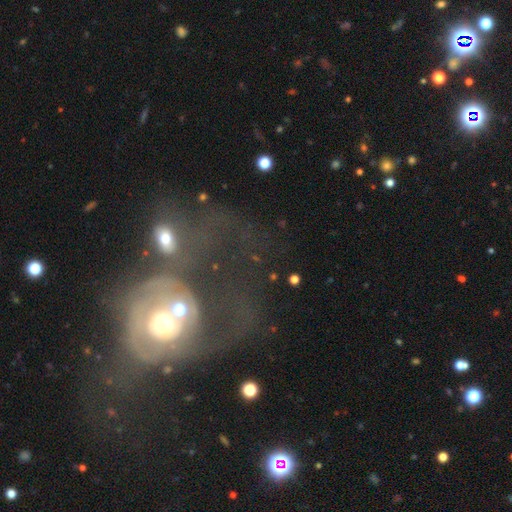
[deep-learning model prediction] Smooth or featured? featured or disk (48%)
Merging? merger (49%)